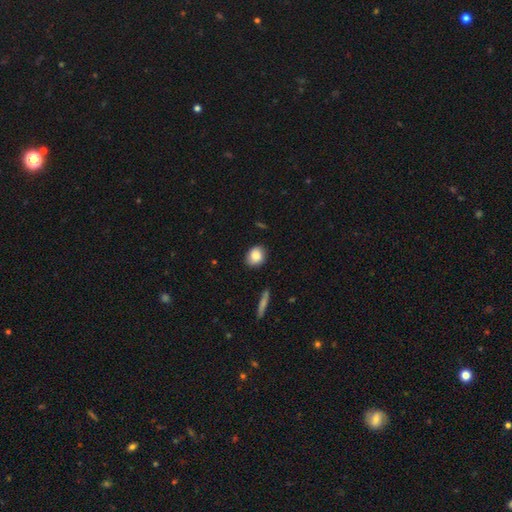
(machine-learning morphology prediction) This appears to be a smooth galaxy with no disk features (83%) that is round (59%). Merging: none (81%).